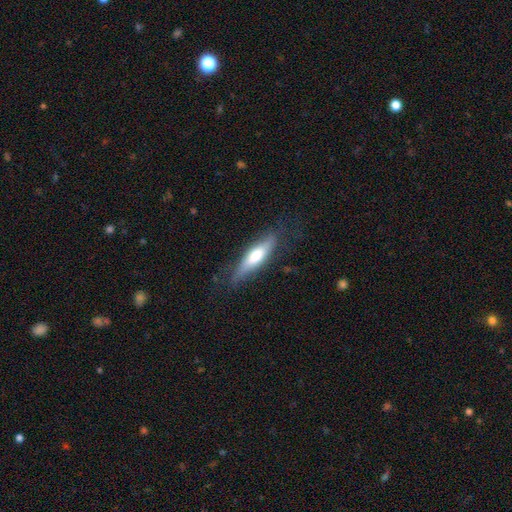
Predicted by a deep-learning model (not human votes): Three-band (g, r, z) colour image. It shows a smooth galaxy with no disk features (56%) that is cigar-shaped (68%). Merging: none (71%).